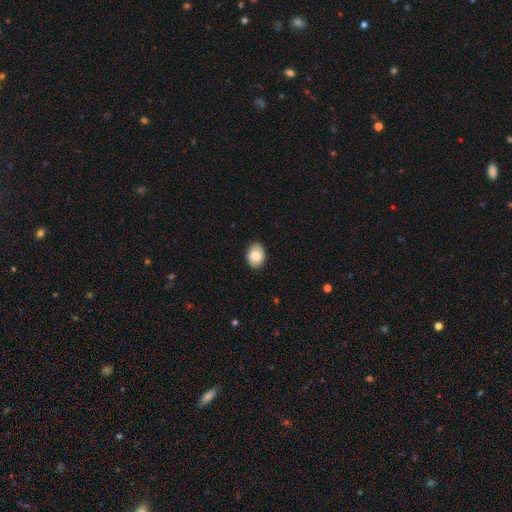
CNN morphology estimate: This is likely a smooth galaxy (79%). How rounded: likely in between (66%). Merging: clearly none (88%).